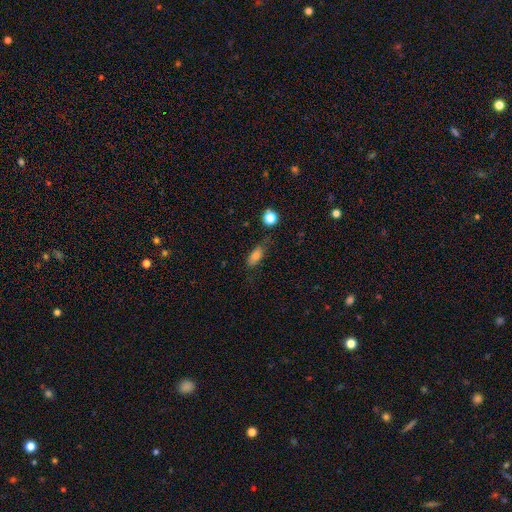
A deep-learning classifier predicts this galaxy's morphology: A smooth galaxy with no disk features (77%) that is in between round and cigar-shaped (76%).

Vote fractions:
- Smooth or featured? smooth: 77% / featured or disk: 12% / star or artifact: 11%
- How rounded? in between: 76% / cigar-shaped: 18% / round: 6%
- Merging? none: 70% / minor disturbance: 21% / major disturbance: 6% / merger: 3%